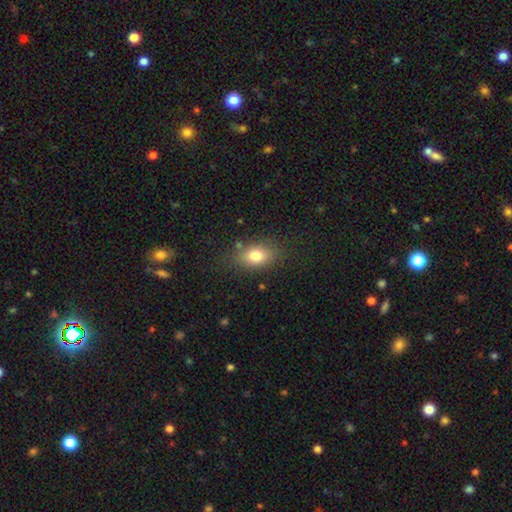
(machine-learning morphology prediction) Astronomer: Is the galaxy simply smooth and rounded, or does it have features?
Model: smooth — 78%.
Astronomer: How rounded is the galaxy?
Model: in between — 76%.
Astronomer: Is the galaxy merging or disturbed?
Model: none — 79%.